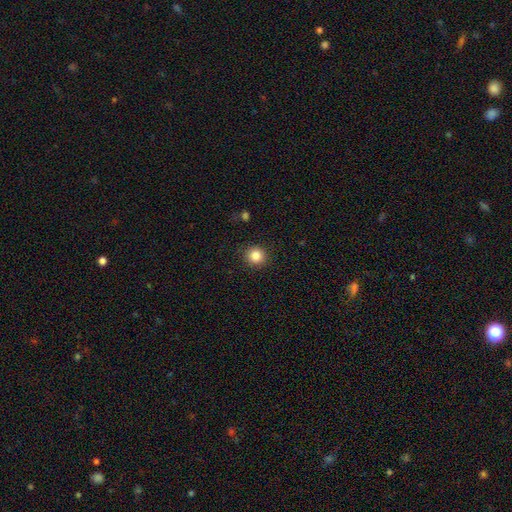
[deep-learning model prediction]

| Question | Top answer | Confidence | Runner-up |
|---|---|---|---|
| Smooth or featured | smooth | 85% | star or artifact (10%) |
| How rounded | round | 92% | in between (7%) |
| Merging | none | 90% | minor disturbance (6%) |